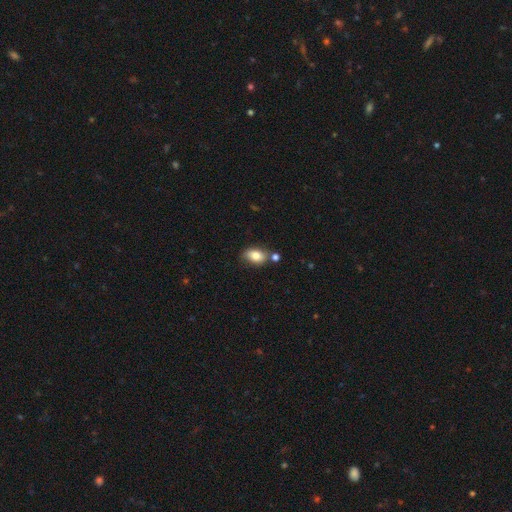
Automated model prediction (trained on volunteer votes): Smooth or featured?
  - smooth: 80% *
  - featured or disk: 12%
  - star or artifact: 8%
How rounded?
  - in between: 86% *
  - round: 12%
  - cigar-shaped: 2%
Merging?
  - none: 65% *
  - minor disturbance: 17%
  - merger: 14%
  - major disturbance: 4%